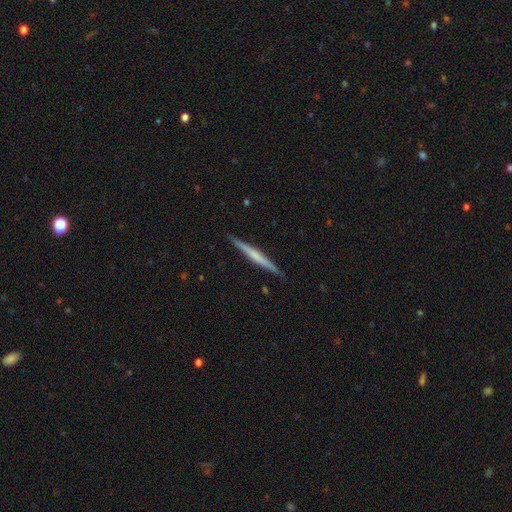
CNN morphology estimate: Smooth or featured? featured or disk (58%)
Edge-on disk? yes (98%)
Edge-on bulge? none (51%)
Merging? none (91%)